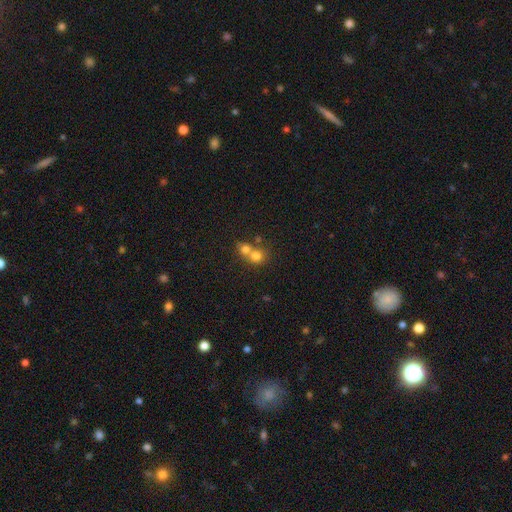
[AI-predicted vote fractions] Q: Smooth or featured?
A: smooth (74%); runner-up: featured or disk (14%)
Q: How rounded?
A: round (81%); runner-up: in between (18%)
Q: Merging?
A: merger (62%); runner-up: none (30%)